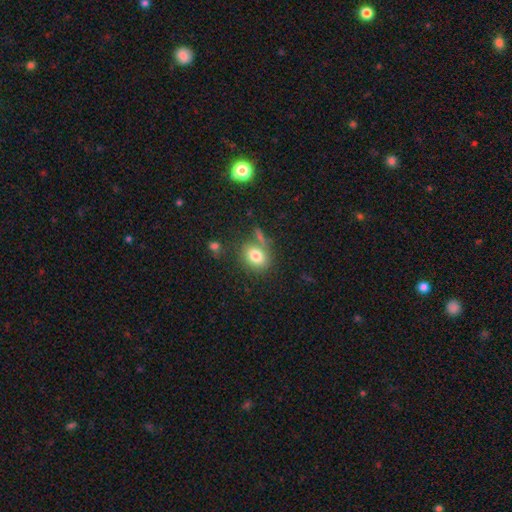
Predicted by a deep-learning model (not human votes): A smooth galaxy with no disk features (79%) that is in between round and cigar-shaped (52%). Merging: none (67%).